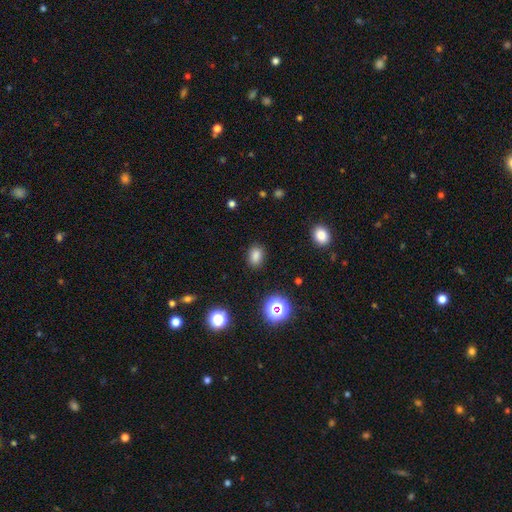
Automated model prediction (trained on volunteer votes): The model was most divided on "how rounded": in between: 69%, round: 29%, cigar-shaped: 1%. More confident: merging — none (86%); smooth or featured — smooth (81%).